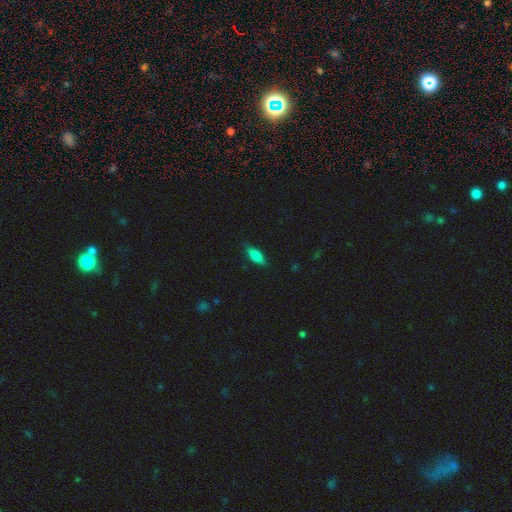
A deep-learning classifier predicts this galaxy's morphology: Smooth or featured: smooth — 72% (featured or disk — 20%)
How rounded: in between — 62% (cigar-shaped — 35%)
Merging: none — 83% (minor disturbance — 13%)